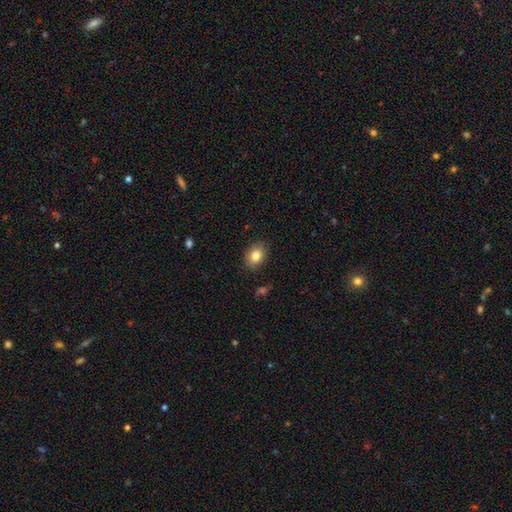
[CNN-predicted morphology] This is clearly a smooth galaxy (83%). How rounded: likely in between (70%). Merging: clearly none (86%).